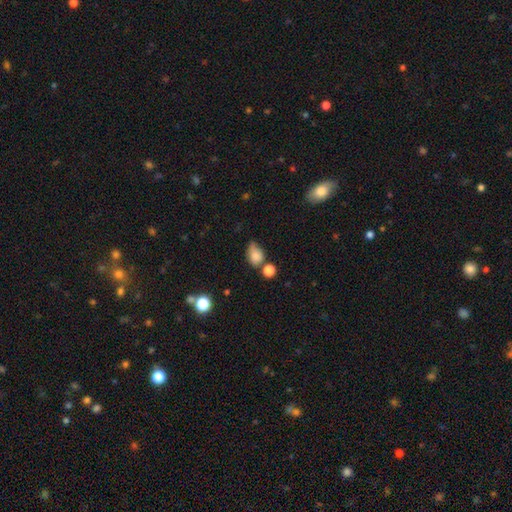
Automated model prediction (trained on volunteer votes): The model was most divided on "merging": none: 39%, minor disturbance: 34%, merger: 16%, major disturbance: 11%. More confident: smooth or featured — smooth (78%); how rounded — in between (72%).